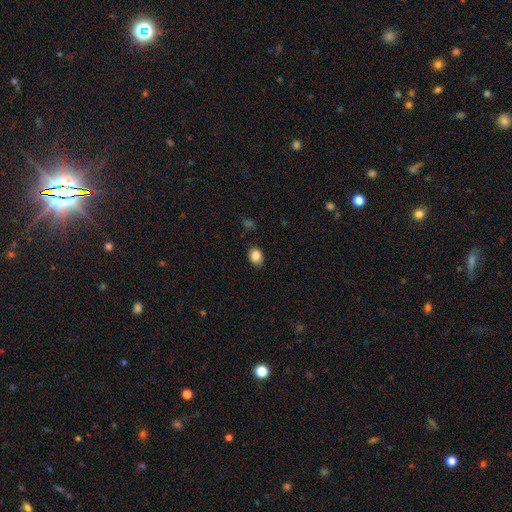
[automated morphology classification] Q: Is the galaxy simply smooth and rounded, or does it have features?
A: smooth — 85%.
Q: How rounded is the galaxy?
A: in between — 59%.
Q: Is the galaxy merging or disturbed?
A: none — 85%.